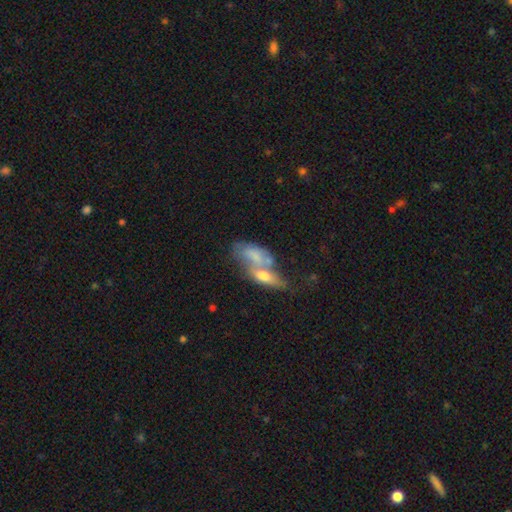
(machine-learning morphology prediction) This is possibly a smooth galaxy (56%). How rounded: clearly in between (81%). Merging: likely merger (63%).